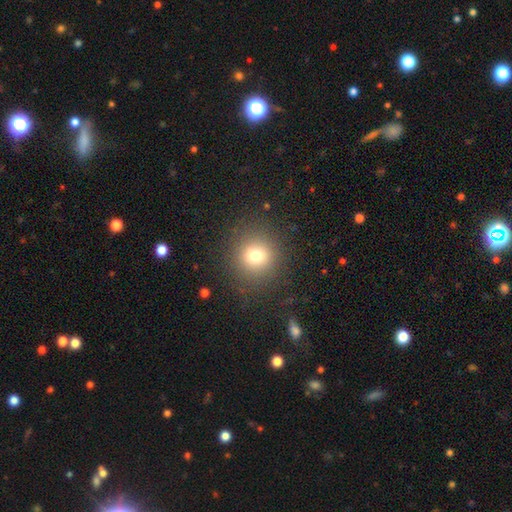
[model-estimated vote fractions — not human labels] Smooth or featured? smooth (75%)
How rounded? round (91%)
Merging? none (87%)